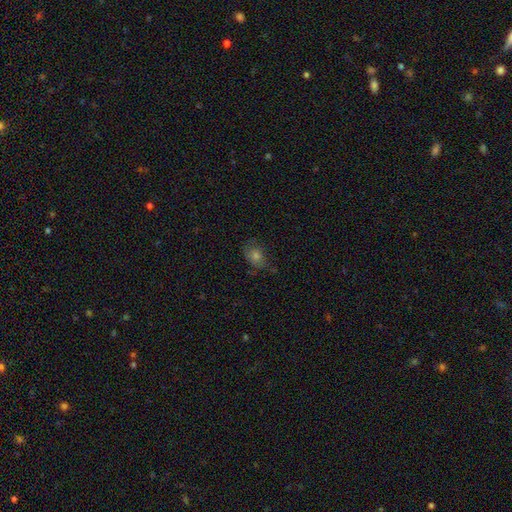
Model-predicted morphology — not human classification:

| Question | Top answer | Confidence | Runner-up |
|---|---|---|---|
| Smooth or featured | smooth | 51% | featured or disk (28%) |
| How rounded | in between | 54% | round (44%) |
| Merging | none | 63% | minor disturbance (24%) |